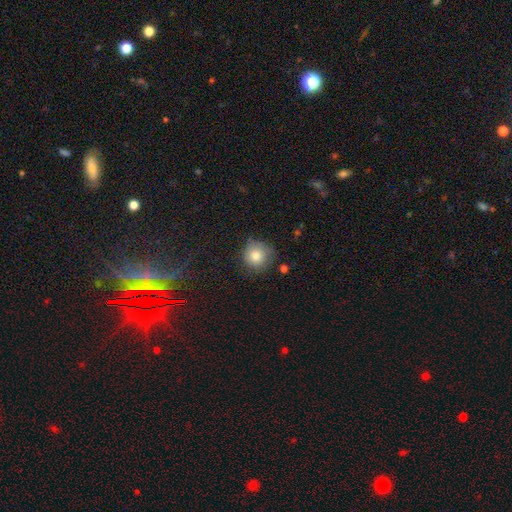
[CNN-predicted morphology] A smooth galaxy with no disk features (80%) that is round (92%).

Vote fractions:
- Smooth or featured? smooth: 80% / featured or disk: 10% / star or artifact: 10%
- How rounded? round: 92% / in between: 7% / cigar-shaped: 1%
- Merging? none: 76% / minor disturbance: 18% / major disturbance: 4% / merger: 2%